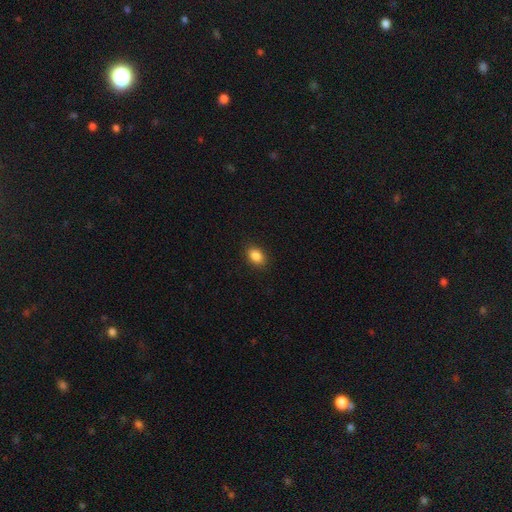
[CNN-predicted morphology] smooth_or_featured: smooth (p=0.86) [alt: star or artifact p=0.09]
how_rounded: in between (p=0.76) [alt: round p=0.23]
merging: none (p=0.89) [alt: minor disturbance p=0.08]